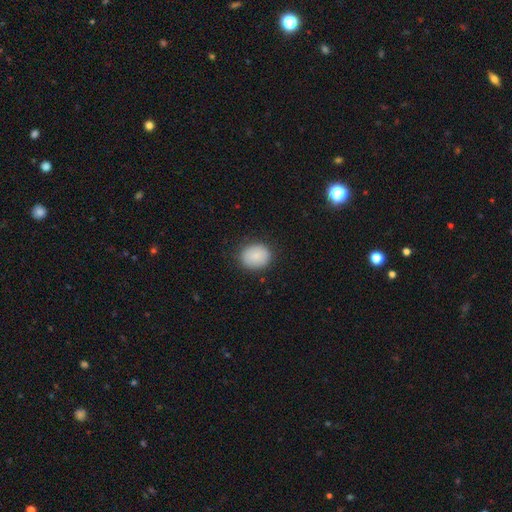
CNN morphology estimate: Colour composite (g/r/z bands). It shows a smooth galaxy with no disk features (85%) that is round (60%). Merging: none (84%).